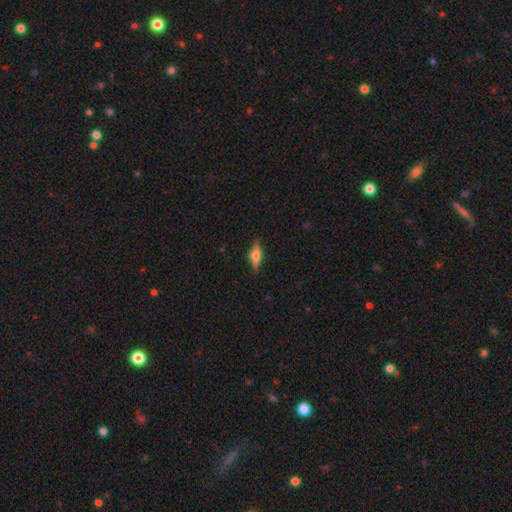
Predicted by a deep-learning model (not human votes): Smooth or featured?
  - smooth: 55% *
  - featured or disk: 37%
  - star or artifact: 8%
How rounded?
  - in between: 57% *
  - cigar-shaped: 40%
  - round: 3%
Merging?
  - none: 83% *
  - minor disturbance: 13%
  - major disturbance: 3%
  - merger: 1%